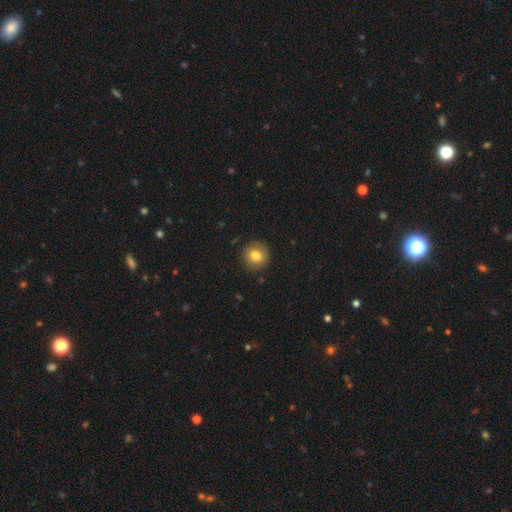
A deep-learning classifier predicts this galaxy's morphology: smooth 81%, star or artifact 9%, featured or disk 9%. Down the decision tree: how rounded — round (91%); merging — none (89%).